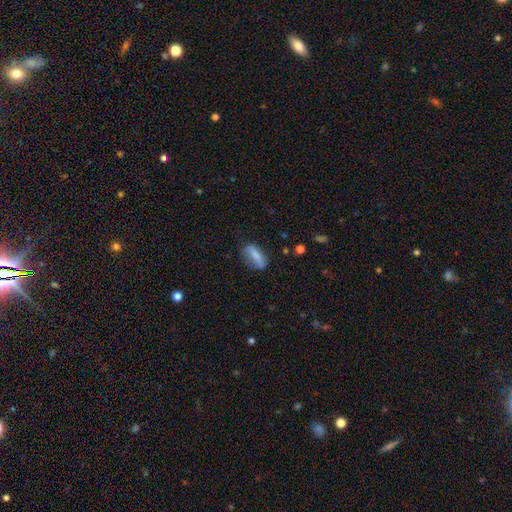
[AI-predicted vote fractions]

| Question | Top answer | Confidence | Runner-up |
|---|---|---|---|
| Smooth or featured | smooth | 72% | featured or disk (20%) |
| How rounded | in between | 71% | cigar-shaped (25%) |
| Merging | none | 72% | minor disturbance (21%) |